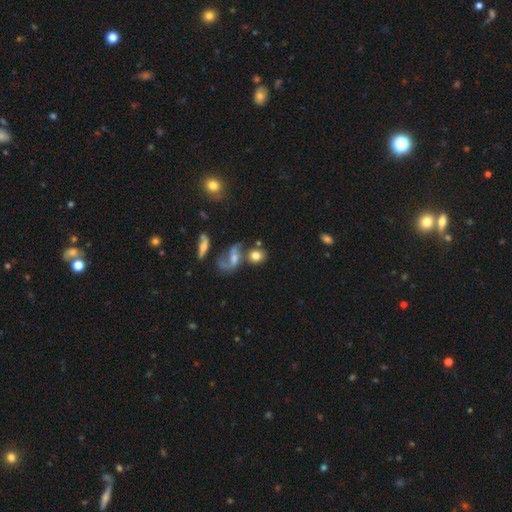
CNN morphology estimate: smooth 64%, featured or disk 24%, star or artifact 11%. Down the decision tree: how rounded — round (66%); merging — none (42%).